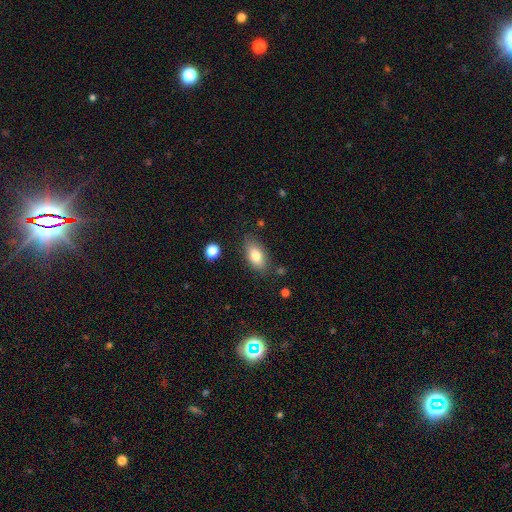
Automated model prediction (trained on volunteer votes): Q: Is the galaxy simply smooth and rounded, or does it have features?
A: smooth — 80%.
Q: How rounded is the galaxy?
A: in between — 88%.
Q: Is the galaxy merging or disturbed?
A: none — 79%.